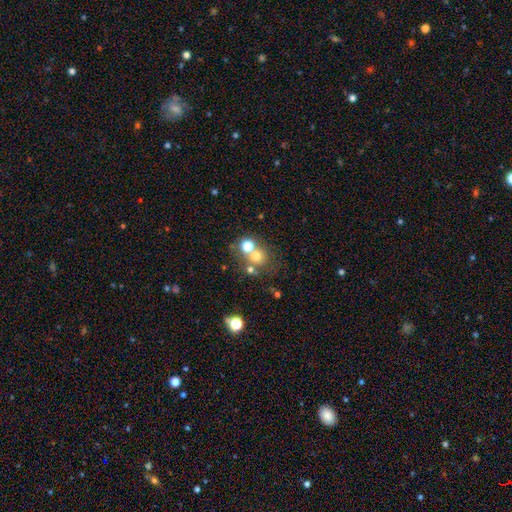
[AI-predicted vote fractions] Smooth or featured?
  - smooth: 65% *
  - star or artifact: 19%
  - featured or disk: 15%
How rounded?
  - round: 84% *
  - in between: 15%
  - cigar-shaped: 1%
Merging?
  - none: 51% *
  - merger: 37%
  - minor disturbance: 8%
  - major disturbance: 5%